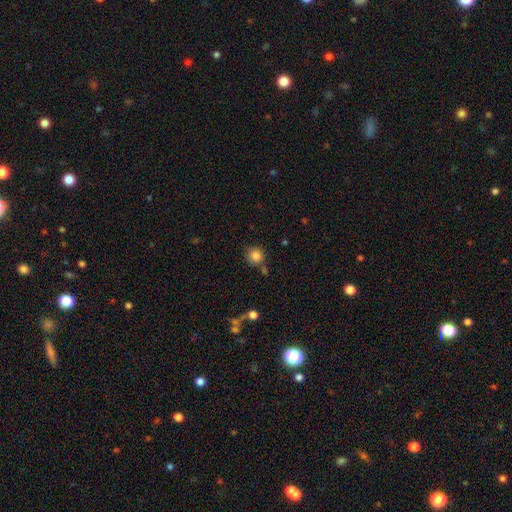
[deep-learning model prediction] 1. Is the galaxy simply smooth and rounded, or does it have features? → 85% smooth, 10% star or artifact, 5% featured or disk.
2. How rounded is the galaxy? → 92% round, 7% in between, 1% cigar-shaped.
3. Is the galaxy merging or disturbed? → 77% none, 11% minor disturbance, 8% merger, 3% major disturbance.